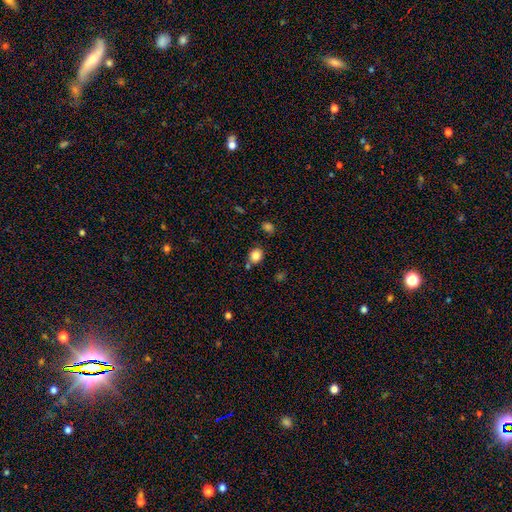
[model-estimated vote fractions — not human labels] smooth-or-featured: smooth: 84% | star or artifact: 11% | featured or disk: 5%
  how-rounded: round: 73% | in between: 26% | cigar-shaped: 1%
  merging: none: 76% | minor disturbance: 12% | merger: 9% | major disturbance: 3%